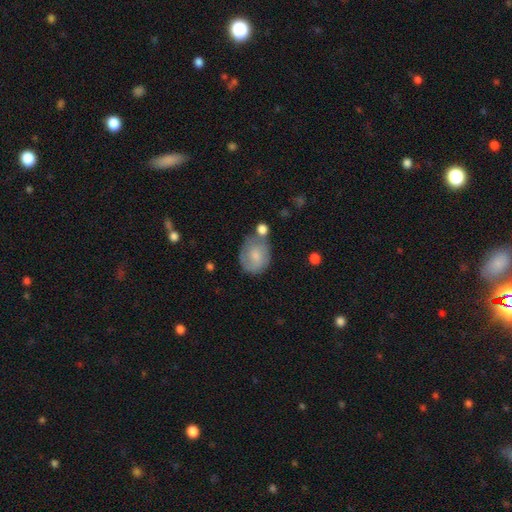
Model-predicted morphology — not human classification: Smooth or featured?
  - smooth: 60% *
  - featured or disk: 33%
  - star or artifact: 7%
How rounded?
  - round: 57% *
  - in between: 42%
  - cigar-shaped: 1%
Merging?
  - none: 49% *
  - minor disturbance: 24%
  - merger: 17%
  - major disturbance: 10%